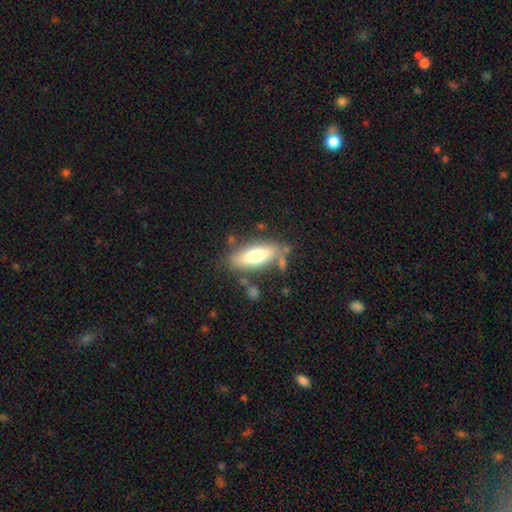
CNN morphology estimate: smooth-or-featured: smooth: 67% | featured or disk: 26% | star or artifact: 7%
  how-rounded: in between: 72% | cigar-shaped: 25% | round: 3%
  merging: none: 70% | minor disturbance: 17% | merger: 7% | major disturbance: 6%